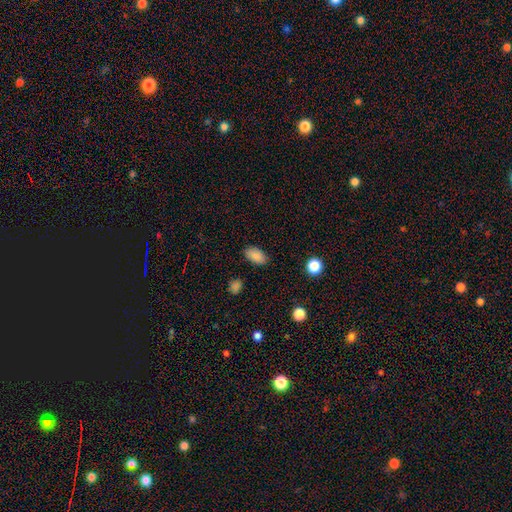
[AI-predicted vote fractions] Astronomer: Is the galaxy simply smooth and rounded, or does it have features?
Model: smooth — 87%.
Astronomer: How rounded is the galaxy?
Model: in between — 92%.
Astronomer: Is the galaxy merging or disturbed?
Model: none — 87%.